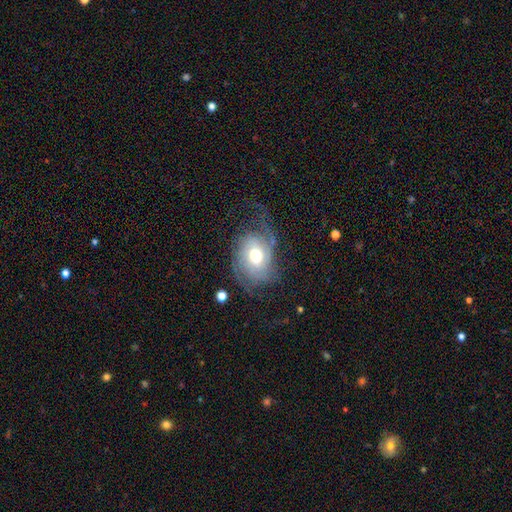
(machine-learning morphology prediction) This appears to be a featured or disk galaxy (60%) with no bar (66%), spiral arms (81%) and a moderate central bulge (67%). Merging: none (45%).